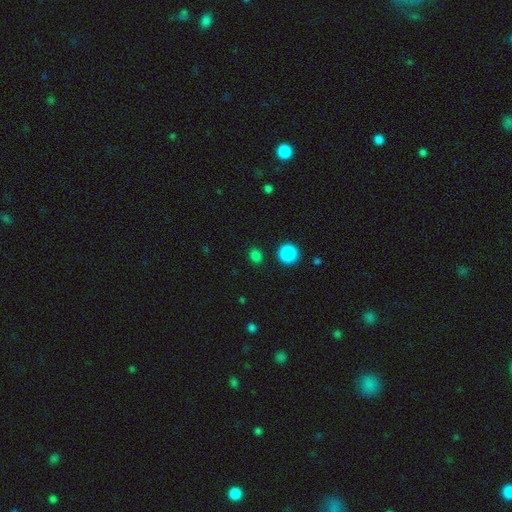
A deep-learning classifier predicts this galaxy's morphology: This is likely a smooth galaxy (79%). How rounded: likely round (67%). Merging: clearly none (86%).